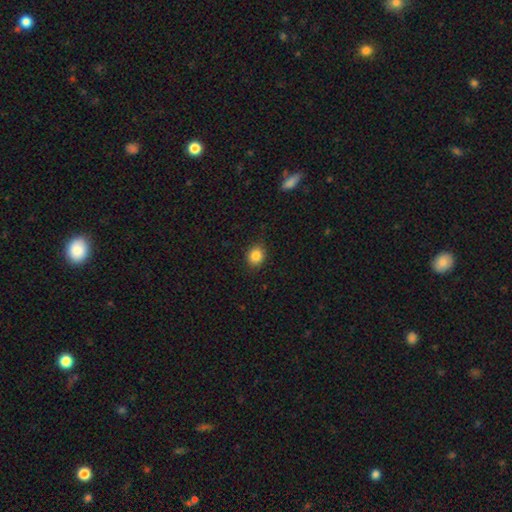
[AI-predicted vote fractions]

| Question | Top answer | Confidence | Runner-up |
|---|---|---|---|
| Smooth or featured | smooth | 85% | star or artifact (10%) |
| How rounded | round | 69% | in between (30%) |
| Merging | none | 88% | minor disturbance (9%) |